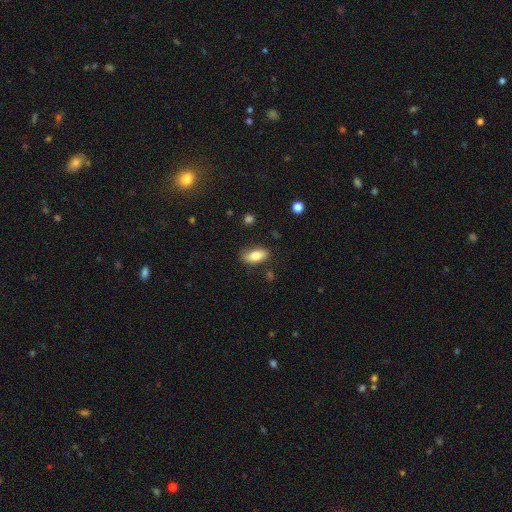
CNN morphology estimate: Q: Smooth or featured?
A: smooth (81%); runner-up: featured or disk (12%)
Q: How rounded?
A: in between (84%); runner-up: cigar-shaped (13%)
Q: Merging?
A: none (80%); runner-up: minor disturbance (15%)